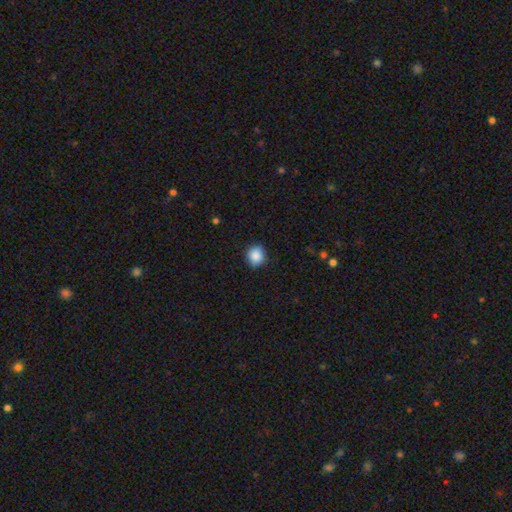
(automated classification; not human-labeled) Overall: smooth (88%). How rounded: round (77%). Merging: none (85%).